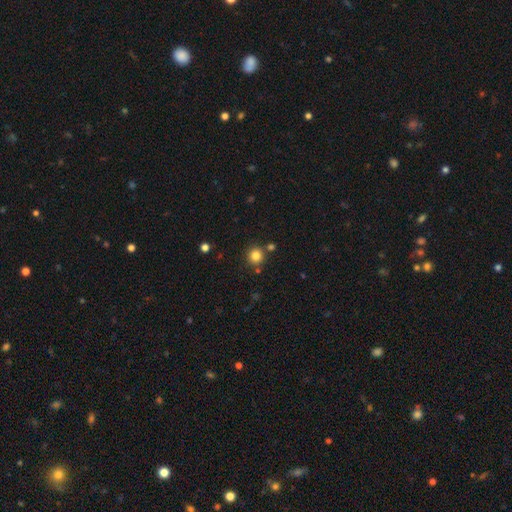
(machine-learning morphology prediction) This is clearly a smooth galaxy (83%). How rounded: clearly round (93%). Merging: clearly none (82%).